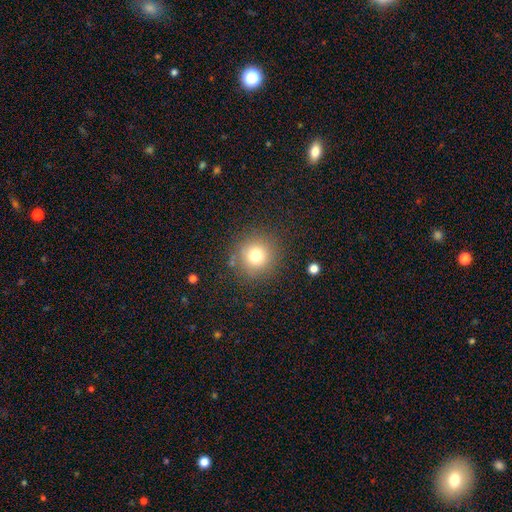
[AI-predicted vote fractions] smooth_or_featured: smooth (p=0.75) [alt: star or artifact p=0.15]
how_rounded: round (p=0.94) [alt: in between p=0.05]
merging: none (p=0.86) [alt: minor disturbance p=0.08]